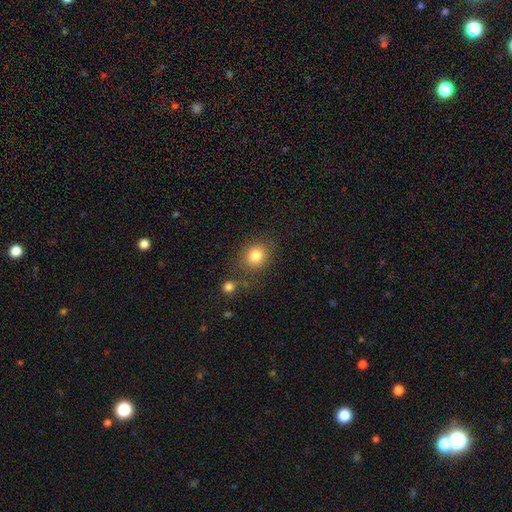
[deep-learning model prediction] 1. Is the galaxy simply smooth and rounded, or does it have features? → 82% smooth, 11% star or artifact, 7% featured or disk.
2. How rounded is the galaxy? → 70% round, 29% in between, 1% cigar-shaped.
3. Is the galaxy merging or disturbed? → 77% none, 12% minor disturbance, 6% merger, 4% major disturbance.